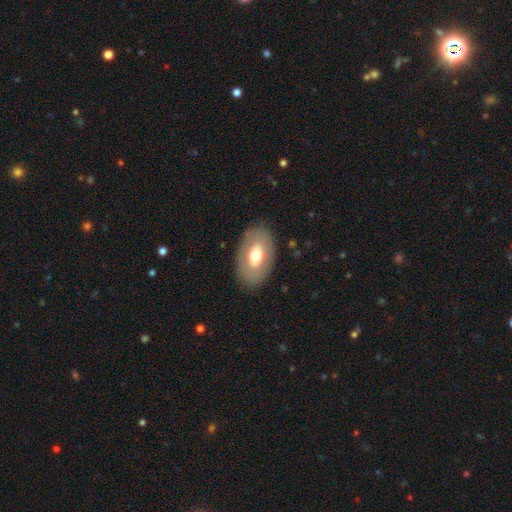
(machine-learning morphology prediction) The model was most divided on "smooth or featured": smooth: 58%, featured or disk: 36%, star or artifact: 6%. More confident: how rounded — in between (91%); merging — none (84%).